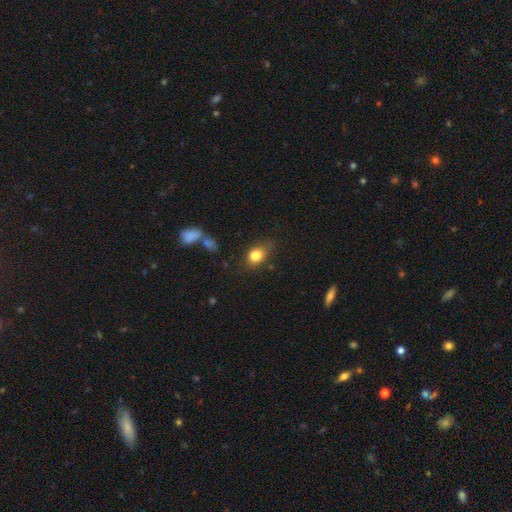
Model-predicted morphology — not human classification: A smooth galaxy with no disk features (82%) that is in between round and cigar-shaped (65%).

Vote fractions:
- Smooth or featured? smooth: 82% / star or artifact: 9% / featured or disk: 9%
- How rounded? in between: 65% / round: 33% / cigar-shaped: 2%
- Merging? none: 65% / minor disturbance: 24% / major disturbance: 8% / merger: 4%